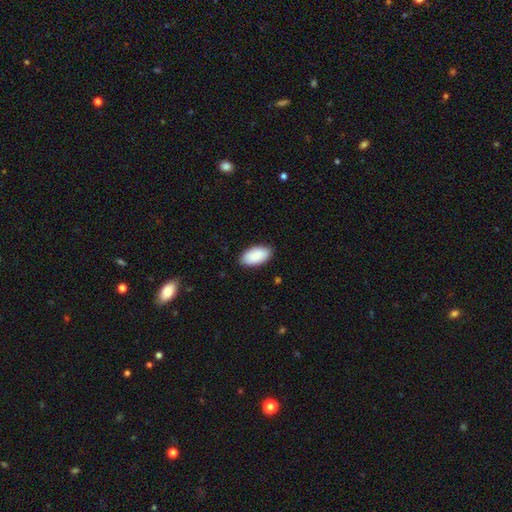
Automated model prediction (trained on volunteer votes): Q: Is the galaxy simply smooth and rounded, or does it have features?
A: smooth — 91%.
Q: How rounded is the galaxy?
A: in between — 96%.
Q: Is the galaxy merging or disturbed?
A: none — 87%.